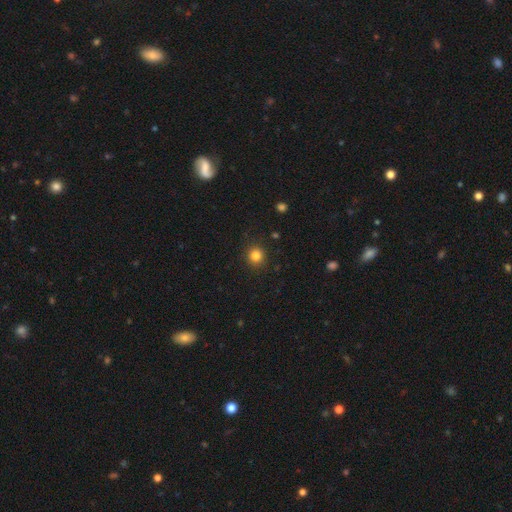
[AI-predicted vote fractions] A smooth galaxy with no disk features (83%) that is round (91%).

Vote fractions:
- Smooth or featured? smooth: 83% / star or artifact: 12% / featured or disk: 5%
- How rounded? round: 91% / in between: 8% / cigar-shaped: 1%
- Merging? none: 90% / minor disturbance: 6% / major disturbance: 2% / merger: 1%